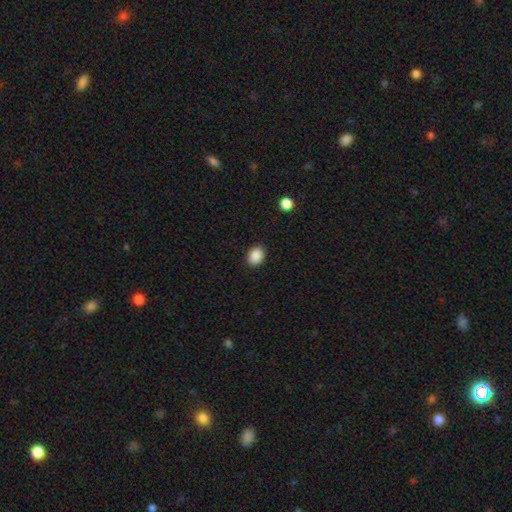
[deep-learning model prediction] smooth 89%, star or artifact 8%, featured or disk 3%. Down the decision tree: how rounded — in between (61%); merging — none (89%).